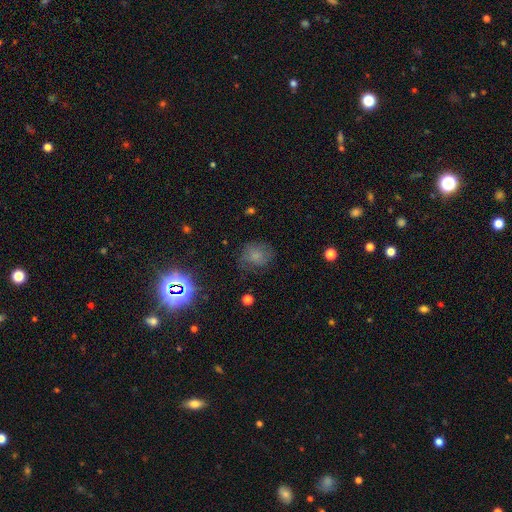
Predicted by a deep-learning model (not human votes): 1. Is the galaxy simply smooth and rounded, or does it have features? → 66% smooth, 17% star or artifact, 16% featured or disk.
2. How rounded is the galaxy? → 65% round, 33% in between, 1% cigar-shaped.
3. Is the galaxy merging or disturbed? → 63% none, 24% minor disturbance, 12% major disturbance, 2% merger.